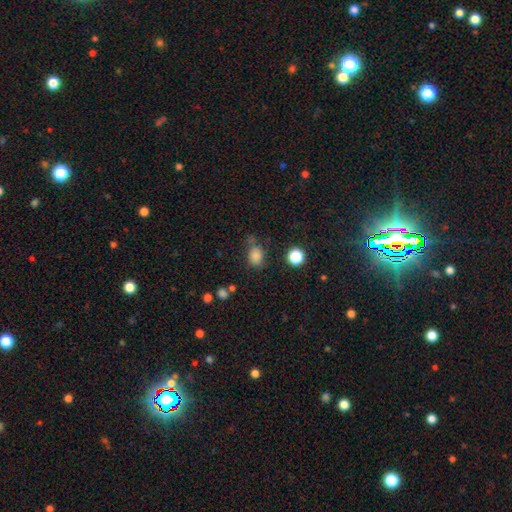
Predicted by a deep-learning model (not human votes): Q: Smooth or featured?
A: smooth (81%); runner-up: star or artifact (13%)
Q: How rounded?
A: in between (61%); runner-up: round (37%)
Q: Merging?
A: none (63%); runner-up: minor disturbance (21%)